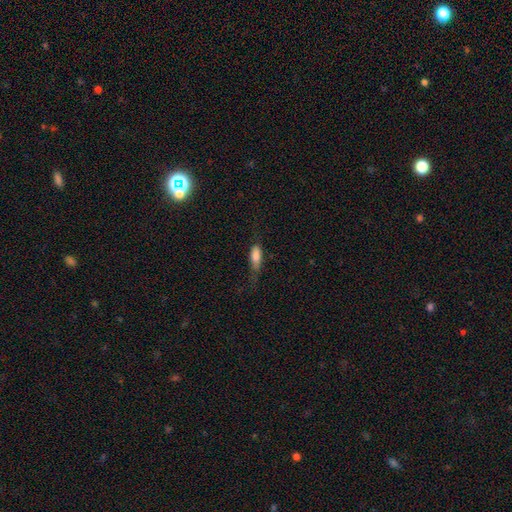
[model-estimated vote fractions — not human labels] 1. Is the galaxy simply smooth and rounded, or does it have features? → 78% smooth, 14% featured or disk, 8% star or artifact.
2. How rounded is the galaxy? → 64% in between, 33% cigar-shaped, 3% round.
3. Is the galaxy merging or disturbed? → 48% none, 32% minor disturbance, 19% major disturbance, 2% merger.